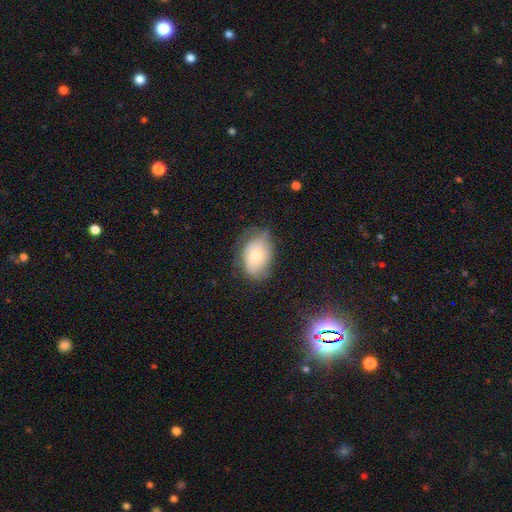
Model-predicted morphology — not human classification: Smooth or featured: smooth — 62% (featured or disk — 31%)
How rounded: in between — 84% (round — 15%)
Merging: none — 59% (minor disturbance — 30%)